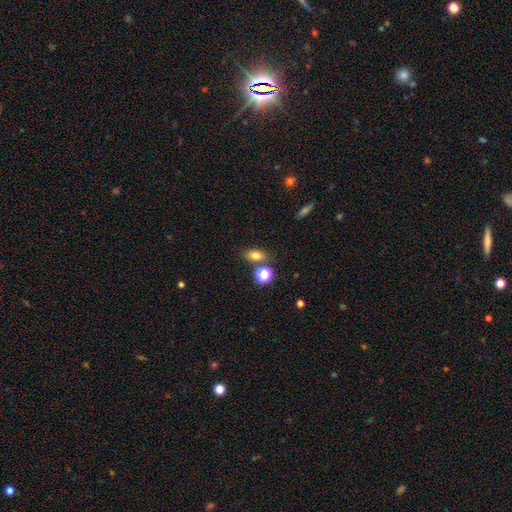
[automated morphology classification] A smooth galaxy with no disk features (77%) that is in between round and cigar-shaped (75%).

Vote fractions:
- Smooth or featured? smooth: 77% / star or artifact: 14% / featured or disk: 9%
- How rounded? in between: 75% / round: 22% / cigar-shaped: 4%
- Merging? none: 73% / merger: 13% / minor disturbance: 11% / major disturbance: 3%